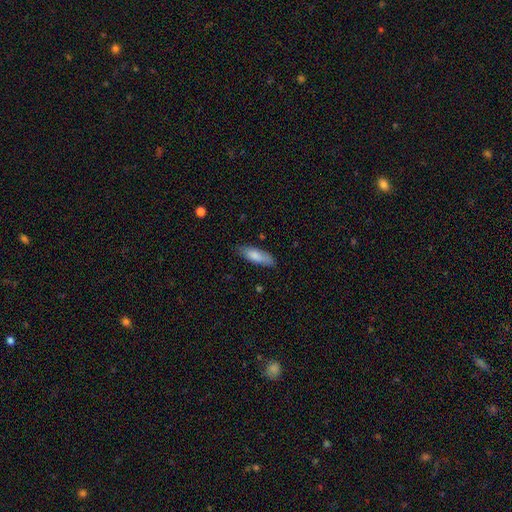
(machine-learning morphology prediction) Smooth or featured?
  - smooth: 82% *
  - featured or disk: 13%
  - star or artifact: 6%
How rounded?
  - in between: 53% *
  - cigar-shaped: 46%
  - round: 2%
Merging?
  - none: 81% *
  - minor disturbance: 15%
  - major disturbance: 3%
  - merger: 1%